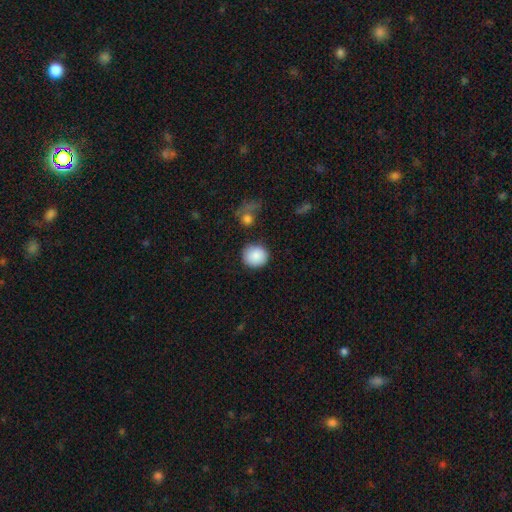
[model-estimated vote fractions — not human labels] smooth 88%, star or artifact 7%, featured or disk 4%. Down the decision tree: how rounded — round (88%); merging — none (85%).